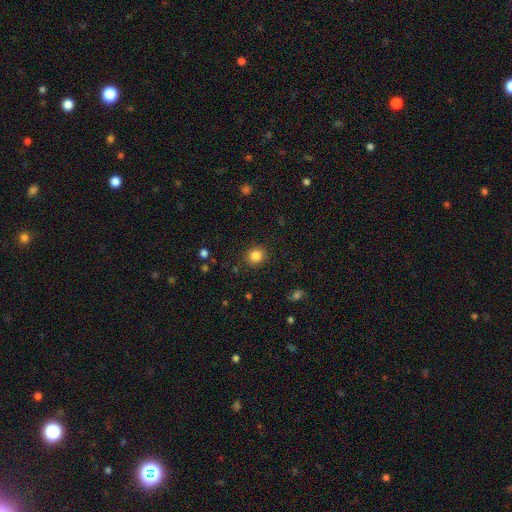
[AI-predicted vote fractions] smooth-or-featured: smooth: 85% | star or artifact: 11% | featured or disk: 5%
  how-rounded: round: 80% | in between: 19% | cigar-shaped: 1%
  merging: none: 88% | minor disturbance: 8% | major disturbance: 3% | merger: 1%